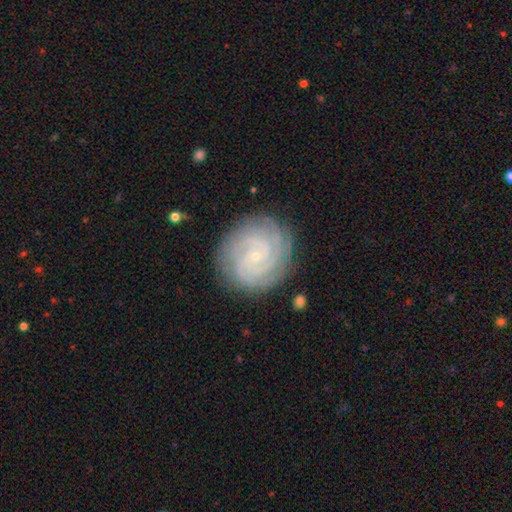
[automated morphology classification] smooth_or_featured: featured or disk (p=0.87) [alt: smooth p=0.07]
disk_edge_on: no (p=0.98) [alt: yes p=0.02]
bar: no (p=0.71) [alt: weak p=0.23]
has_spiral_arms: yes (p=0.98) [alt: no p=0.02]
spiral_winding: tight (p=0.84) [alt: medium p=0.14]
spiral_arm_count: 4 (p=0.26) [alt: 3 p=0.22]
bulge_size: small (p=0.87) [alt: moderate p=0.09]
merging: none (p=0.84) [alt: minor disturbance p=0.12]